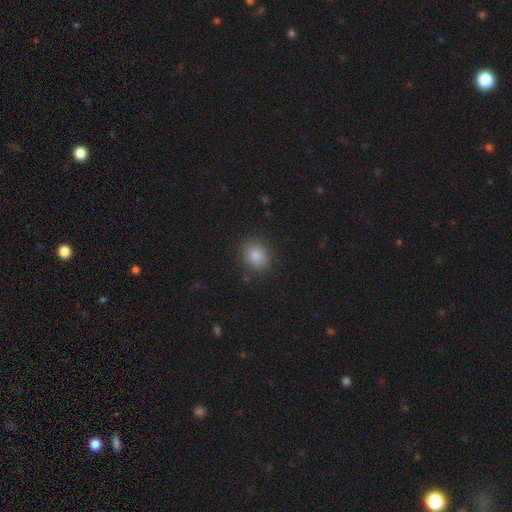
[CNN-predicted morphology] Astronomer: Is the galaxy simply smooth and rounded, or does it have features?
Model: smooth — 84%.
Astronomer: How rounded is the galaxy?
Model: round — 64%.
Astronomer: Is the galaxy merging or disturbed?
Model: none — 88%.